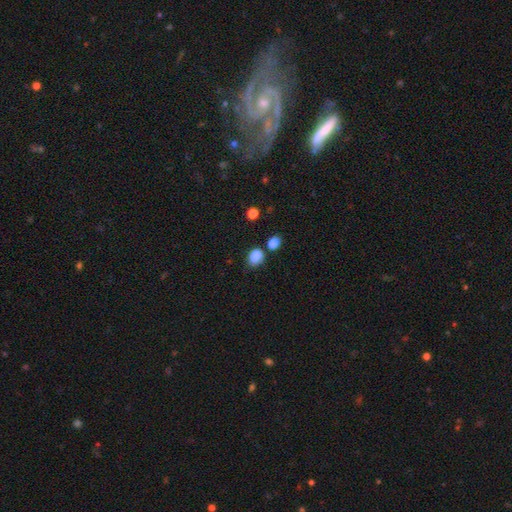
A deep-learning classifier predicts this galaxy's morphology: type=smooth (85%); roundness=in between (62%); merging=none (56%).